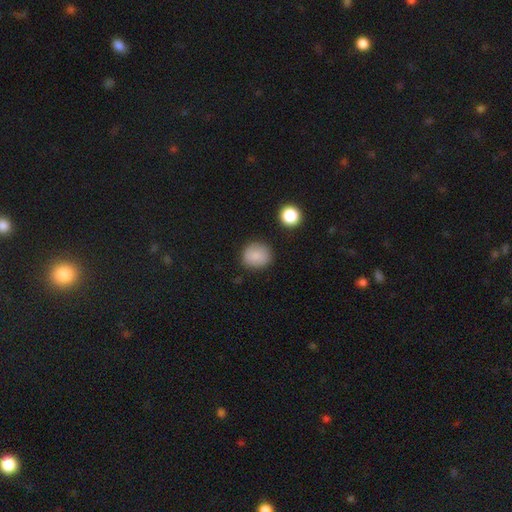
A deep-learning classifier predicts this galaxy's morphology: Smooth or featured? smooth (85%)
How rounded? round (83%)
Merging? none (84%)